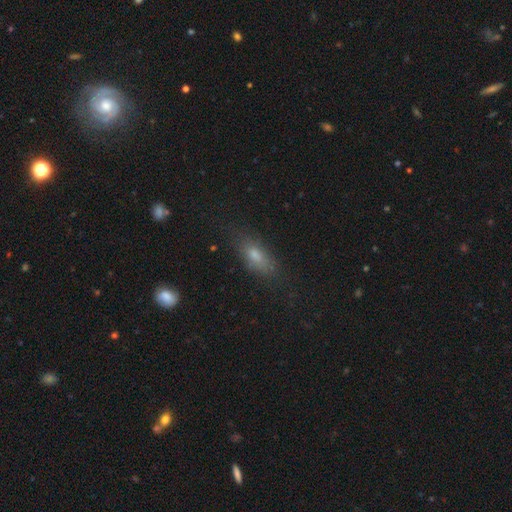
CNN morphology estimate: Smooth or featured: smooth — 72% (featured or disk — 17%)
How rounded: in between — 74% (cigar-shaped — 21%)
Merging: none — 71% (minor disturbance — 19%)